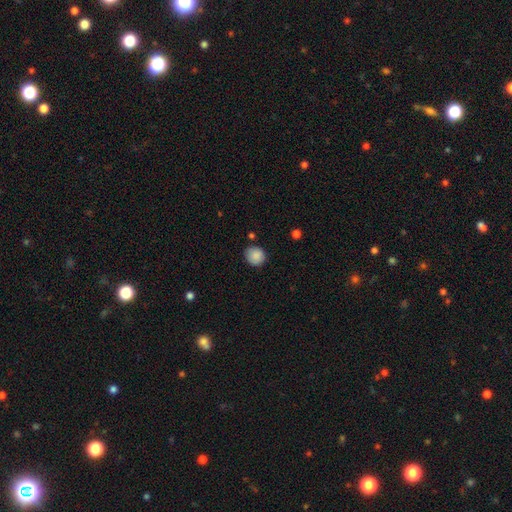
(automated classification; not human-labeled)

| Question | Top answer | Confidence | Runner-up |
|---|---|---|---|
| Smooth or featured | smooth | 87% | star or artifact (8%) |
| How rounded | round | 86% | in between (13%) |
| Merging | none | 80% | minor disturbance (14%) |